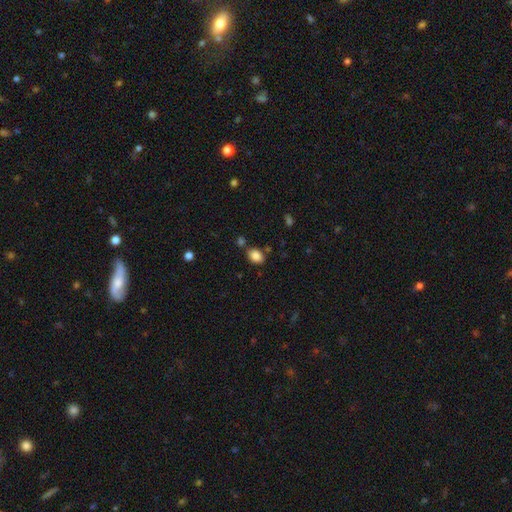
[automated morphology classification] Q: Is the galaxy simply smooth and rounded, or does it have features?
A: smooth — 85%.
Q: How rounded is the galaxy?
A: in between — 76%.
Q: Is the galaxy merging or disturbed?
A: none — 77%.